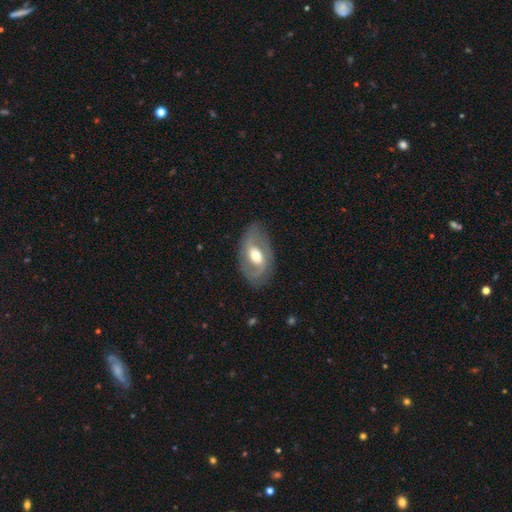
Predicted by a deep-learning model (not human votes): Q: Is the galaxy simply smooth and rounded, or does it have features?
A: featured or disk — 73%.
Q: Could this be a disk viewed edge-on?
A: no — 94%.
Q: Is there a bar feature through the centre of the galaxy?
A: weak — 43%.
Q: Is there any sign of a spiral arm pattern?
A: yes — 79%.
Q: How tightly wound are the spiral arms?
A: medium — 47%.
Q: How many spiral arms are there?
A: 2 — 82%.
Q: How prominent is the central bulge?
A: moderate — 70%.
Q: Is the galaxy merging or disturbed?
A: none — 78%.